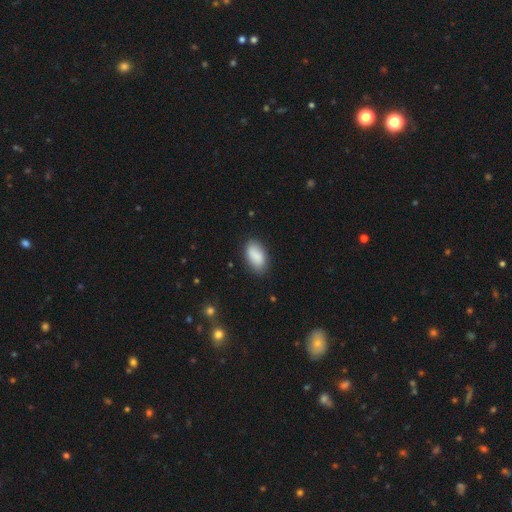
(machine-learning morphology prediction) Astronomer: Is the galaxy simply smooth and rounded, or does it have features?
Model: smooth — 86%.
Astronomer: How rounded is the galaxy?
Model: in between — 93%.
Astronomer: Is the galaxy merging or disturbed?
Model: none — 79%.